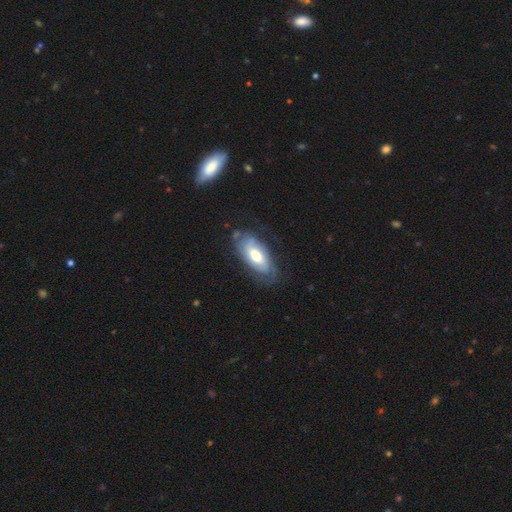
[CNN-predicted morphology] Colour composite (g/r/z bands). It shows a featured or disk galaxy (64%) with no bar (59%), spiral arms (79%) and a moderate central bulge (61%). Merging: none (66%).